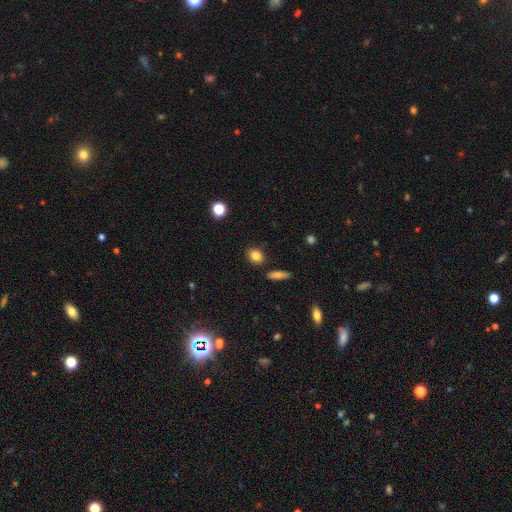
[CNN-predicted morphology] A smooth galaxy with no disk features (85%) that is in between round and cigar-shaped (58%). Merging: none (85%).